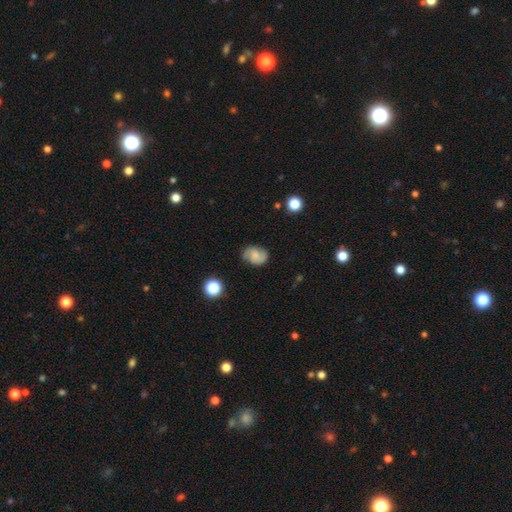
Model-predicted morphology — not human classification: A featured or disk galaxy (51%).

Vote fractions:
- Smooth or featured? featured or disk: 51% / smooth: 39% / star or artifact: 10%
- Edge-on disk? no: 97% / yes: 3%
- Merging? none: 73% / minor disturbance: 19% / major disturbance: 6% / merger: 2%